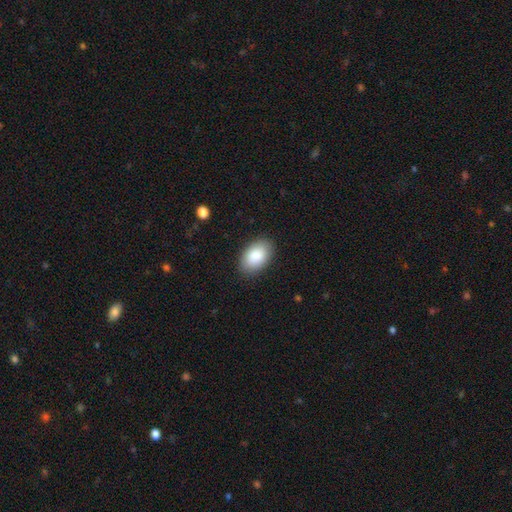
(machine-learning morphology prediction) This appears to be a smooth galaxy with no disk features (88%) that is in between round and cigar-shaped (92%). Merging: none (87%).